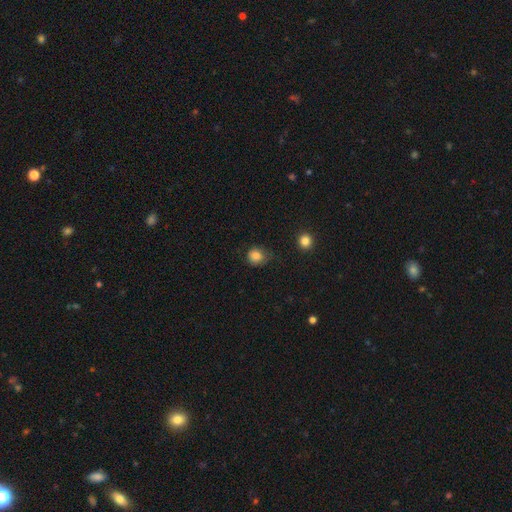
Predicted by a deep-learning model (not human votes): Morphology: type=smooth (84%); roundness=round (80%); merging=none (65%).